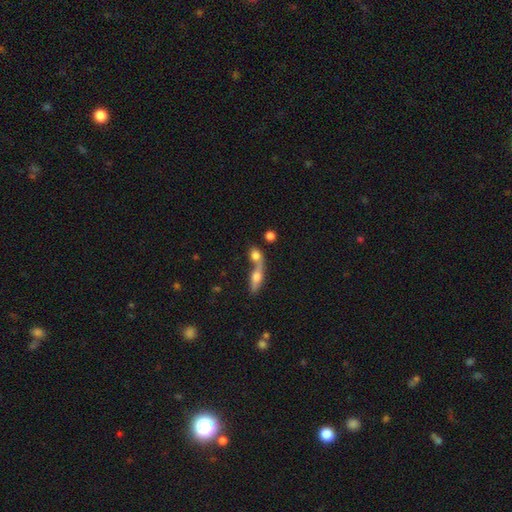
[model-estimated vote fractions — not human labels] Smooth or featured?
  - smooth: 71% *
  - featured or disk: 19%
  - star or artifact: 10%
How rounded?
  - round: 46% *
  - in between: 41%
  - cigar-shaped: 13%
Merging?
  - merger: 60% *
  - none: 28%
  - minor disturbance: 7%
  - major disturbance: 5%